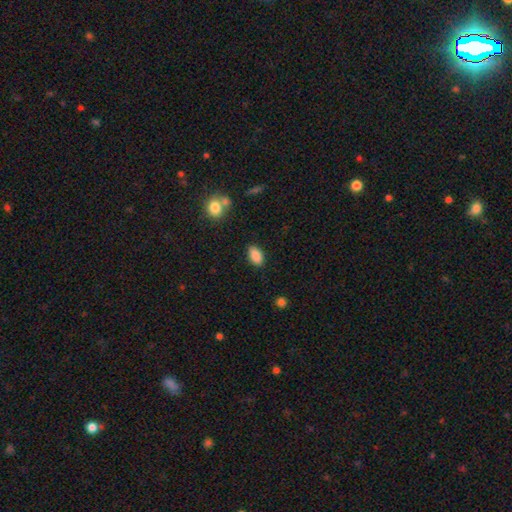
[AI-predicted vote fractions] Smooth or featured: smooth — 88% (star or artifact — 8%)
How rounded: in between — 91% (round — 5%)
Merging: none — 86% (minor disturbance — 10%)